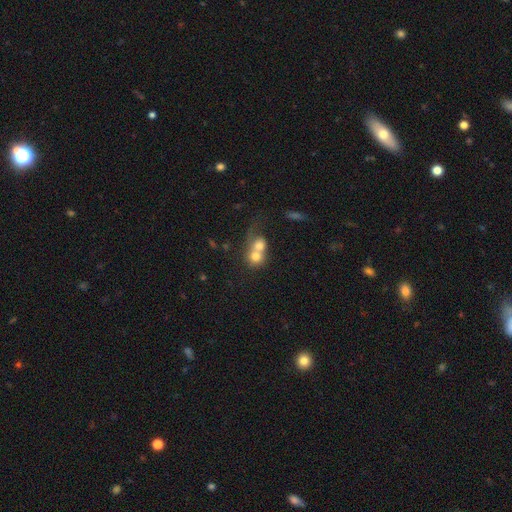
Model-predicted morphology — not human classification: Smooth or featured? smooth (69%)
How rounded? round (75%)
Merging? merger (75%)